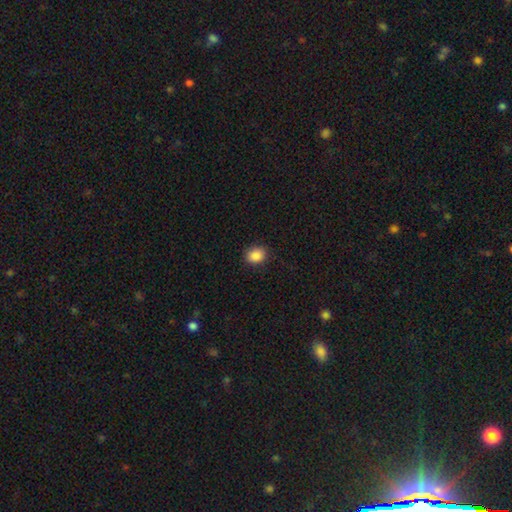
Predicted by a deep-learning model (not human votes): Smooth or featured? smooth (88%)
How rounded? round (54%)
Merging? none (87%)